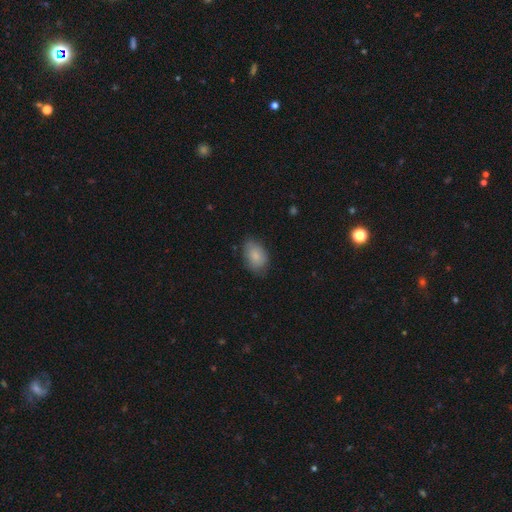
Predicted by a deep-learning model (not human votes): This is clearly a smooth galaxy (85%). How rounded: clearly in between (88%). Merging: likely none (73%).